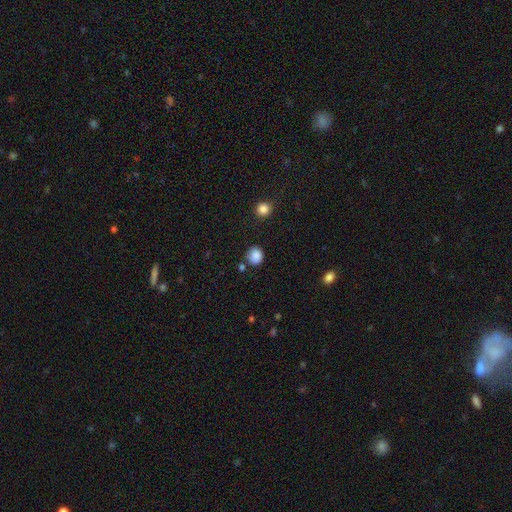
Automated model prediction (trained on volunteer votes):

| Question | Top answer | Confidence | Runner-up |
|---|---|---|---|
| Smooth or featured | smooth | 87% | star or artifact (10%) |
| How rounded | round | 83% | in between (16%) |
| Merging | none | 79% | minor disturbance (13%) |